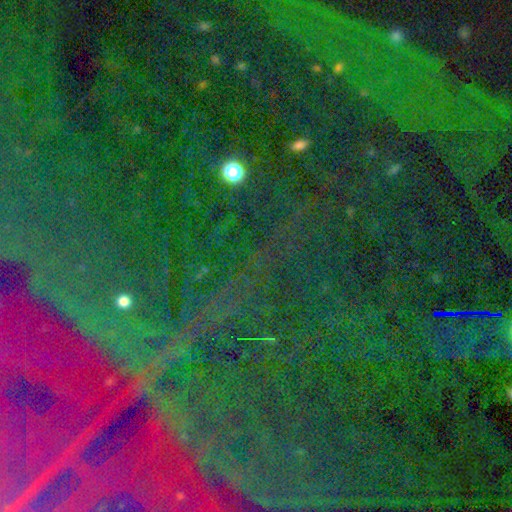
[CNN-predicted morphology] Smooth or featured? star or artifact (82%)